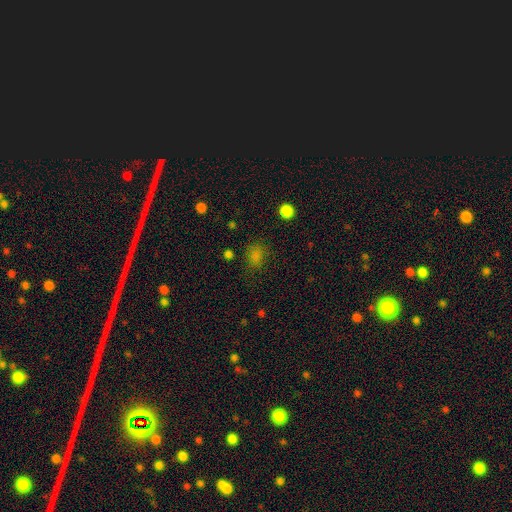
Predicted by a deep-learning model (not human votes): Smooth or featured: smooth — 76% (star or artifact — 19%)
How rounded: in between — 52% (round — 47%)
Merging: none — 74% (minor disturbance — 17%)